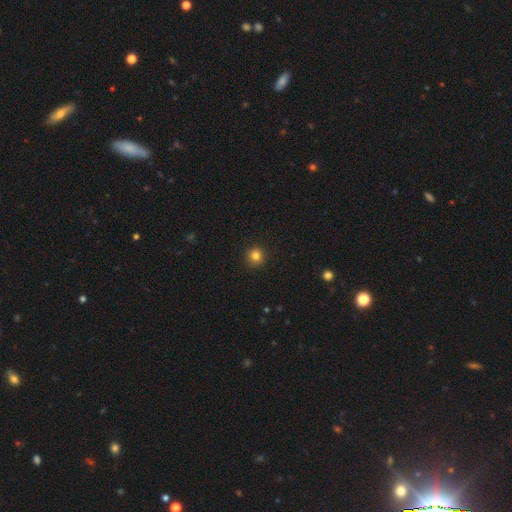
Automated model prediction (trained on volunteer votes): A smooth galaxy with no disk features (82%) that is round (93%). Merging: none (91%).